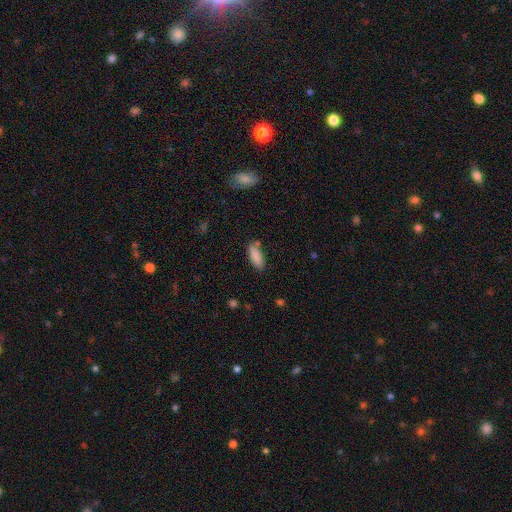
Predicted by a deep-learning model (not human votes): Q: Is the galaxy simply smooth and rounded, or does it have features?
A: smooth — 88%.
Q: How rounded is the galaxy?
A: in between — 73%.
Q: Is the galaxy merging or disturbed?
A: none — 76%.